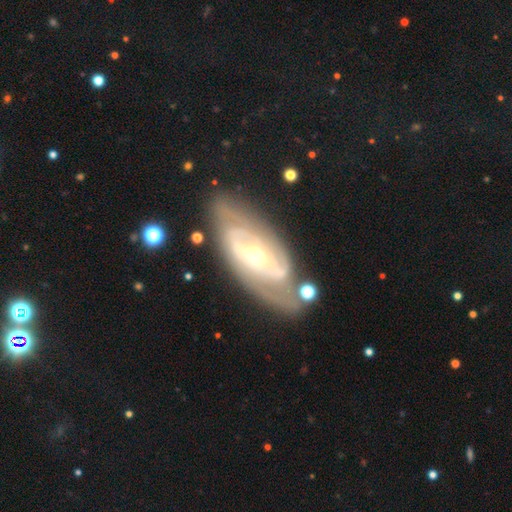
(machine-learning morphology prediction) This appears to be a featured or disk galaxy (85%) with no bar (41%), 2 (49%) tight (60%) spiral arms (87%) and a moderate central bulge (51%). Merging: none (75%).